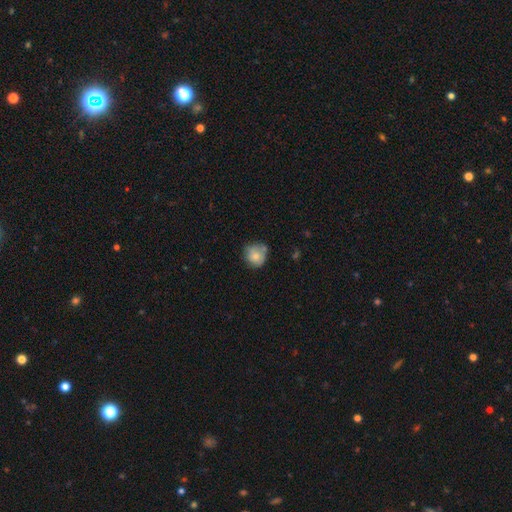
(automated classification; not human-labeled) A smooth galaxy with no disk features (73%) that is round (82%).

Vote fractions:
- Smooth or featured? smooth: 73% / featured or disk: 18% / star or artifact: 8%
- How rounded? round: 82% / in between: 17% / cigar-shaped: 1%
- Merging? none: 56% / minor disturbance: 27% / merger: 9% / major disturbance: 8%